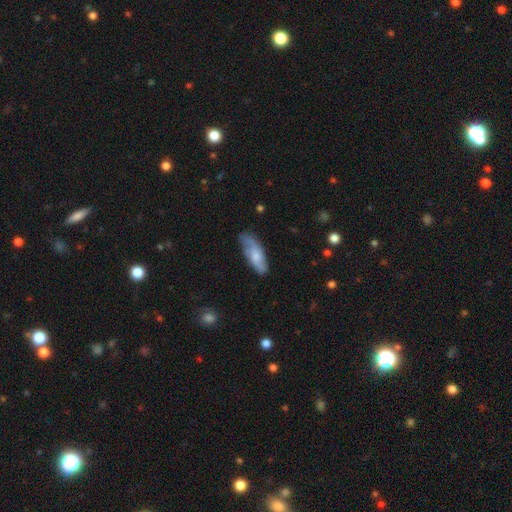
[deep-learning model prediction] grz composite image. It shows a smooth galaxy with no disk features (53%) that is in between round and cigar-shaped (69%). Merging: none (61%).